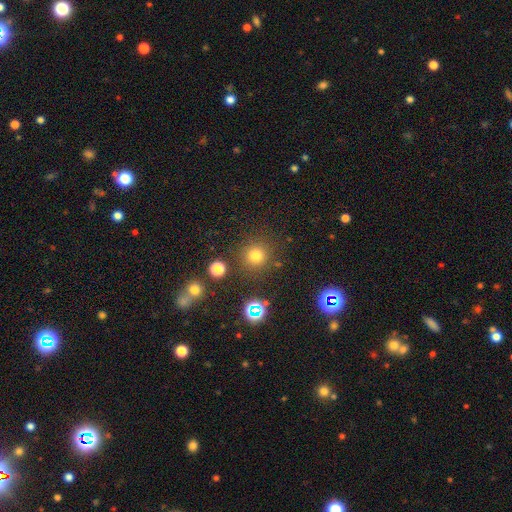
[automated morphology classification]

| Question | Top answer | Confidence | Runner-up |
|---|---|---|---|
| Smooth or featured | smooth | 73% | star or artifact (20%) |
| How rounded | round | 94% | in between (5%) |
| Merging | none | 85% | minor disturbance (8%) |